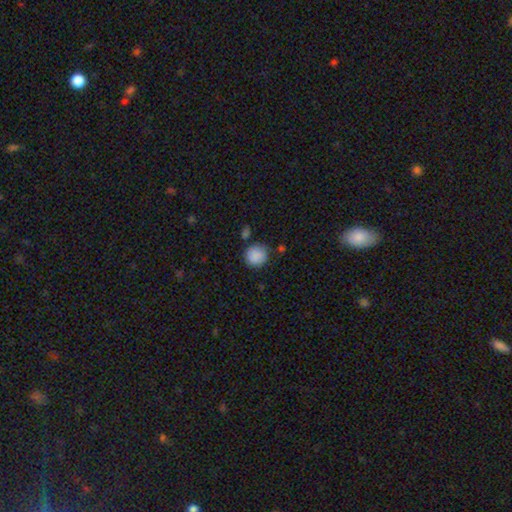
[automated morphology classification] This appears to be a smooth galaxy with no disk features (87%) that is round (88%). Merging: none (75%).